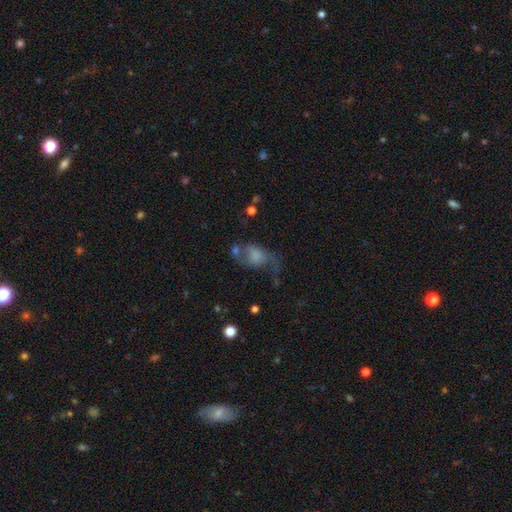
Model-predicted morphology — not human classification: Smooth or featured? featured or disk (46%)
Merging? major disturbance (38%)